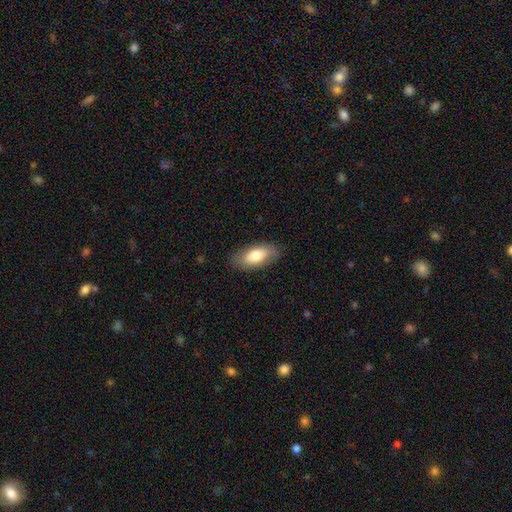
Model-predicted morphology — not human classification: Q: Smooth or featured?
A: smooth (75%); runner-up: featured or disk (19%)
Q: How rounded?
A: in between (87%); runner-up: cigar-shaped (10%)
Q: Merging?
A: none (84%); runner-up: minor disturbance (12%)